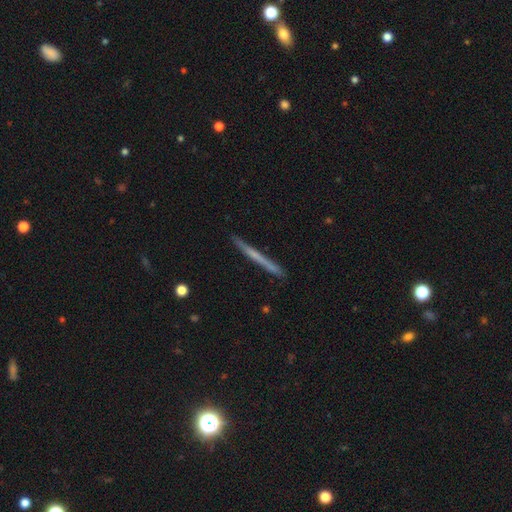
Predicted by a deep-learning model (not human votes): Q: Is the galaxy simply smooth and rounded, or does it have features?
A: featured or disk — 50%.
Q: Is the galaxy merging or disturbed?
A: none — 89%.